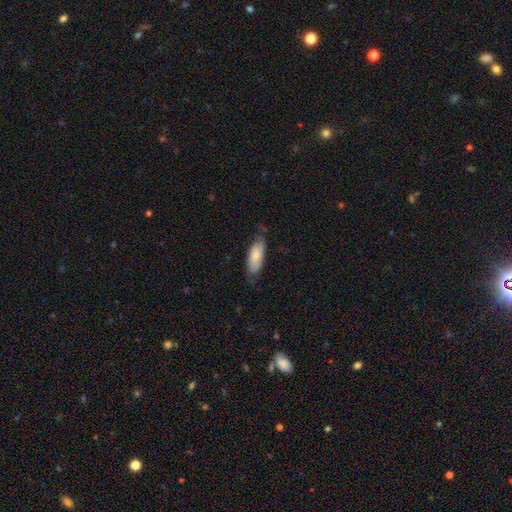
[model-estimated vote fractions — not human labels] A smooth galaxy with no disk features (77%) that is in between round and cigar-shaped (76%).

Vote fractions:
- Smooth or featured? smooth: 77% / featured or disk: 18% / star or artifact: 6%
- How rounded? in between: 76% / cigar-shaped: 22% / round: 2%
- Merging? none: 62% / minor disturbance: 29% / major disturbance: 7% / merger: 2%